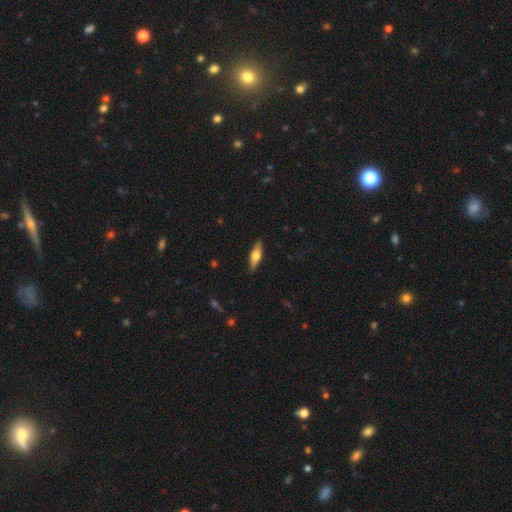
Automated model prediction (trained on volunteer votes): A featured or disk galaxy (50%).

Vote fractions:
- Smooth or featured? featured or disk: 50% / smooth: 44% / star or artifact: 6%
- Merging? none: 88% / minor disturbance: 9% / major disturbance: 2% / merger: 1%